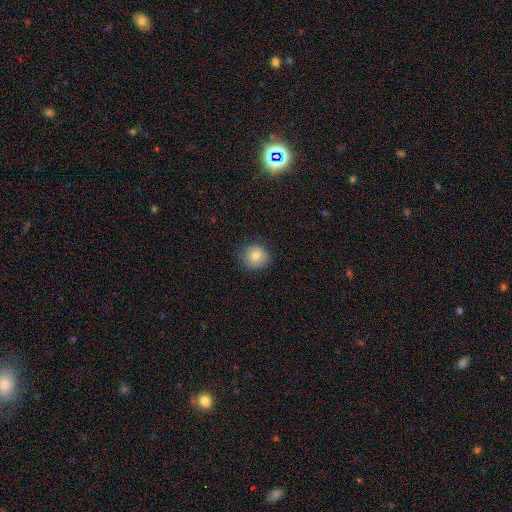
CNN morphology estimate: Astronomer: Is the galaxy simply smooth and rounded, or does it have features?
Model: smooth — 78%.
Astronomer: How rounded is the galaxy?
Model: round — 89%.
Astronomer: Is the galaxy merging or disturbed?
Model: none — 84%.